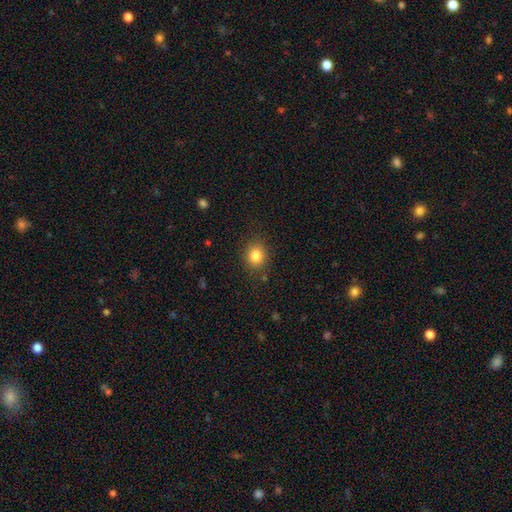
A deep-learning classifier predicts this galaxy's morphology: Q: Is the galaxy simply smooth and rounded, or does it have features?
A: smooth — 82%.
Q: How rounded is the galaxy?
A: round — 72%.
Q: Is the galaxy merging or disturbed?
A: none — 86%.